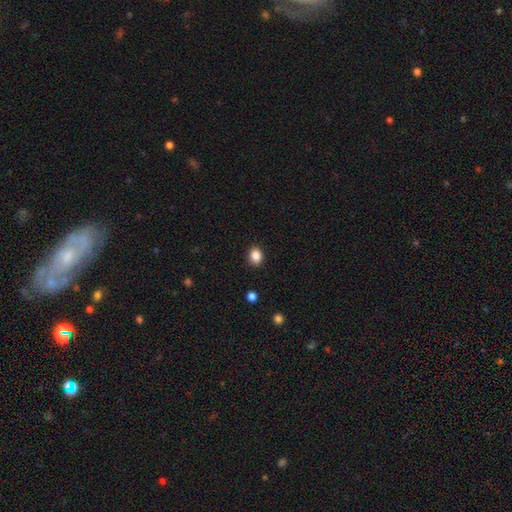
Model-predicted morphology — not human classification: A smooth galaxy with no disk features (86%) that is round (54%). Merging: none (89%).